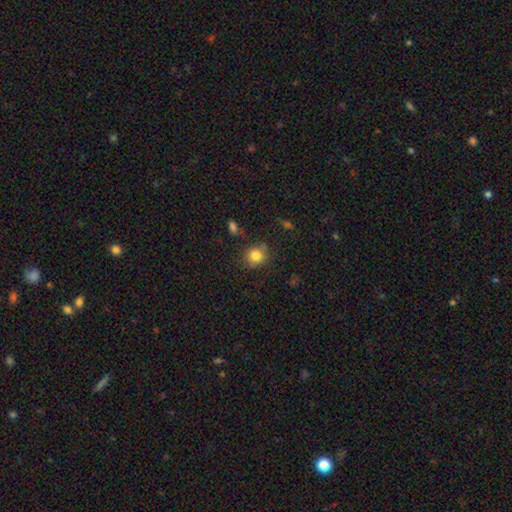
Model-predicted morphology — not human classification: smooth 81%, star or artifact 11%, featured or disk 8%. Down the decision tree: how rounded — round (80%); merging — none (76%).